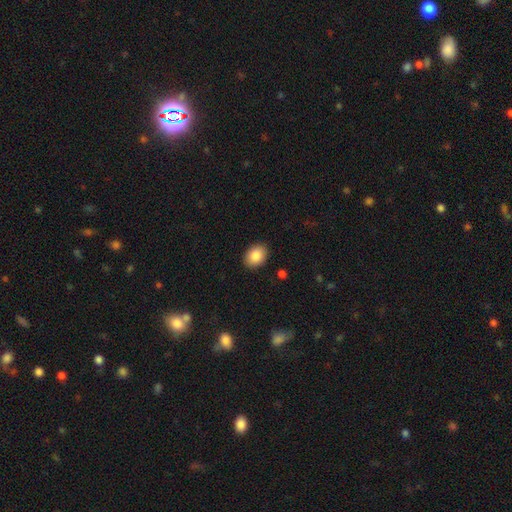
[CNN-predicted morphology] smooth_or_featured: smooth (p=0.86) [alt: star or artifact p=0.07]
how_rounded: in between (p=0.71) [alt: round p=0.28]
merging: none (p=0.90) [alt: minor disturbance p=0.08]